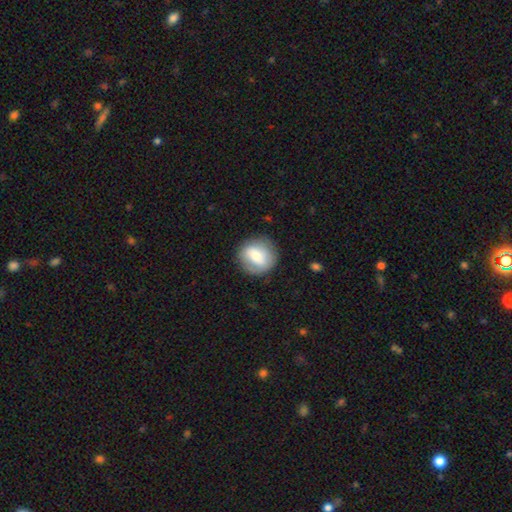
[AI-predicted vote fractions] A smooth galaxy with no disk features (61%) that is round (86%). Merging: none (80%).